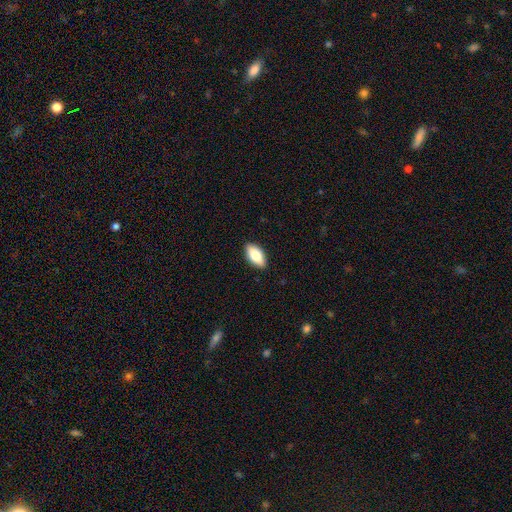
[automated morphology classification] Smooth or featured? smooth (78%)
How rounded? in between (89%)
Merging? none (89%)